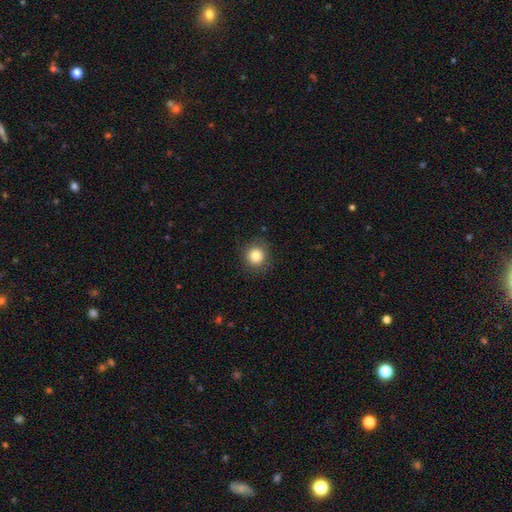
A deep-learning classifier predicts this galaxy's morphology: This appears to be a smooth galaxy with no disk features (84%) that is round (90%). Merging: none (86%).